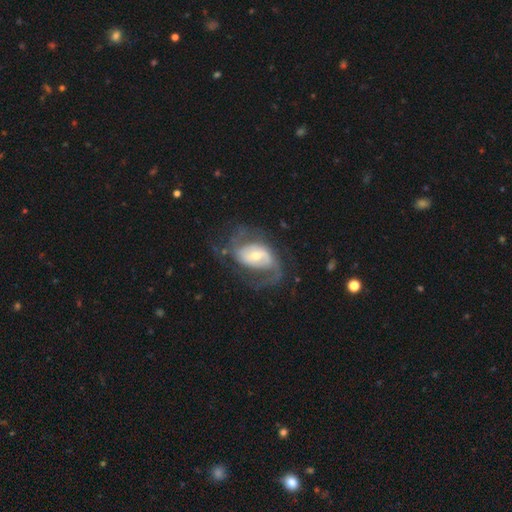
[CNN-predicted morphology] The model was most divided on "bar": weak: 44%, no: 37%, strong: 20%. Remaining: edge-on disk — no (97%); spiral arms — yes (90%); smooth or featured — featured or disk (80%); spiral arm count — 2 (66%); merging — none (54%); bulge size — moderate (50%); spiral winding — medium (45%).